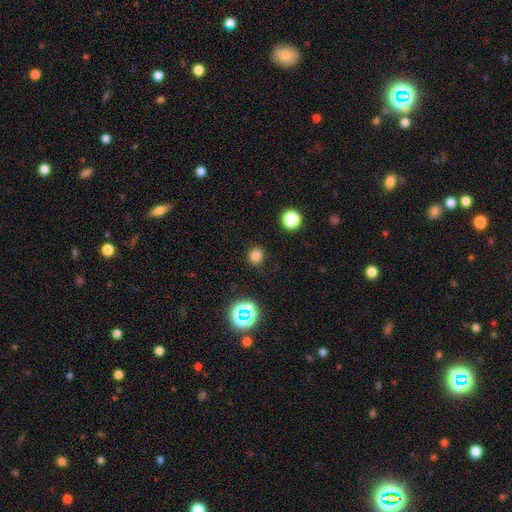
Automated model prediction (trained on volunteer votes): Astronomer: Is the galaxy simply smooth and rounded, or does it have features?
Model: smooth — 77%.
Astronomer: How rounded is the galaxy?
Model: round — 85%.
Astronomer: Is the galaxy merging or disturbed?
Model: none — 88%.